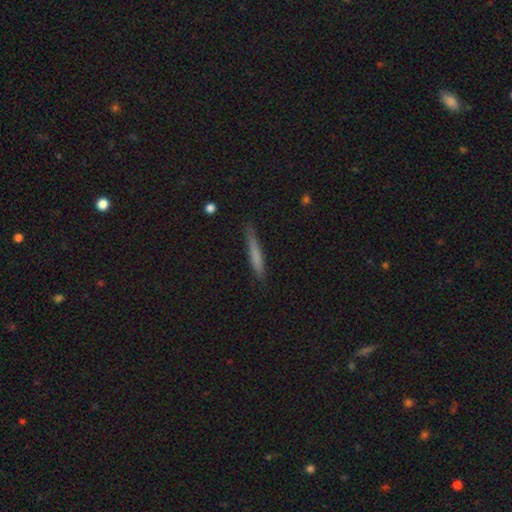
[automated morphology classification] Smooth or featured?
  - smooth: 71% *
  - featured or disk: 23%
  - star or artifact: 6%
How rounded?
  - cigar-shaped: 95% *
  - in between: 4%
  - round: 1%
Merging?
  - none: 83% *
  - minor disturbance: 13%
  - major disturbance: 2%
  - merger: 1%